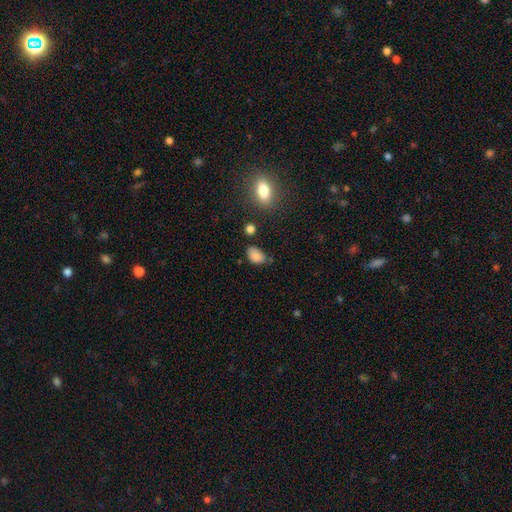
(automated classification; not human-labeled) The model was most divided on "merging": none: 61%, minor disturbance: 27%, major disturbance: 6%, merger: 5%. More confident: how rounded — in between (89%); smooth or featured — smooth (84%).